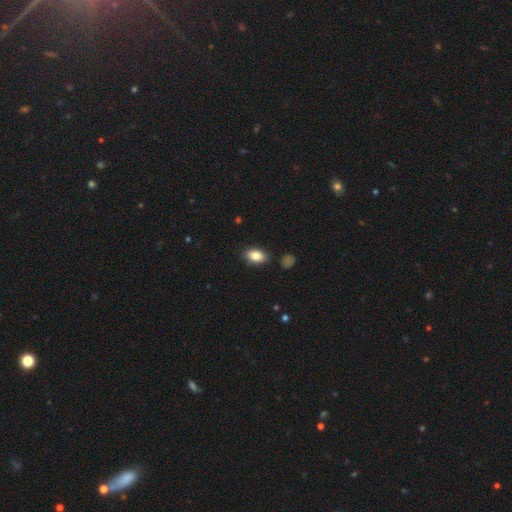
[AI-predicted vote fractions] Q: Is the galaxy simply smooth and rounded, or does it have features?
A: smooth — 85%.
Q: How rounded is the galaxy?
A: in between — 87%.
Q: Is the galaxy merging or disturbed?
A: none — 84%.